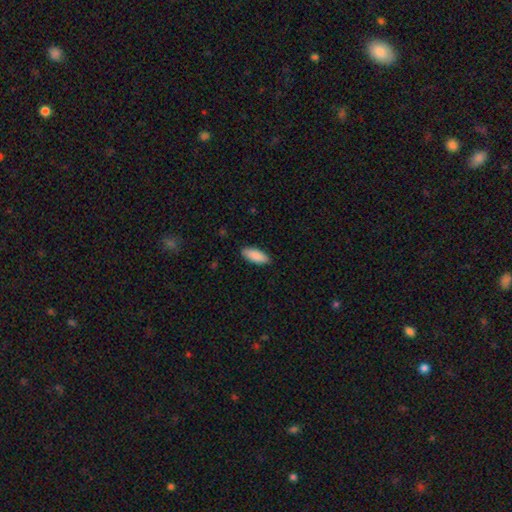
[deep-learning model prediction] Q: Smooth or featured?
A: smooth (90%); runner-up: star or artifact (5%)
Q: How rounded?
A: in between (81%); runner-up: cigar-shaped (17%)
Q: Merging?
A: none (88%); runner-up: minor disturbance (9%)